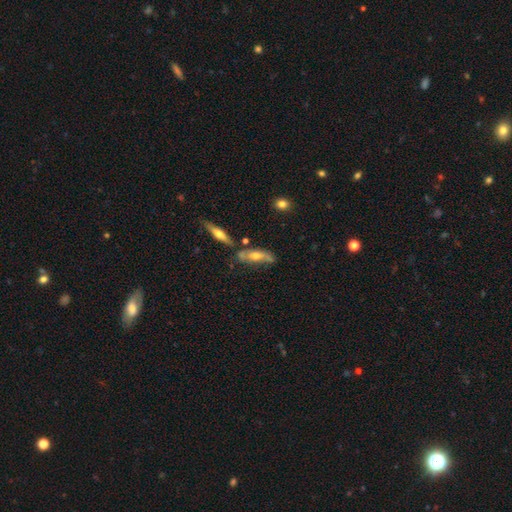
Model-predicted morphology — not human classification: A featured or disk galaxy (55%) viewed edge-on (55%). Merging: none (60%).